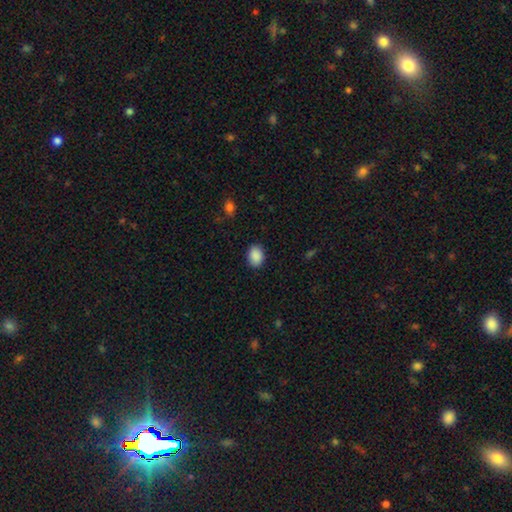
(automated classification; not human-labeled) Smooth or featured?
  - smooth: 90% *
  - star or artifact: 7%
  - featured or disk: 3%
How rounded?
  - in between: 73% *
  - round: 26%
  - cigar-shaped: 1%
Merging?
  - none: 88% *
  - minor disturbance: 9%
  - major disturbance: 2%
  - merger: 1%